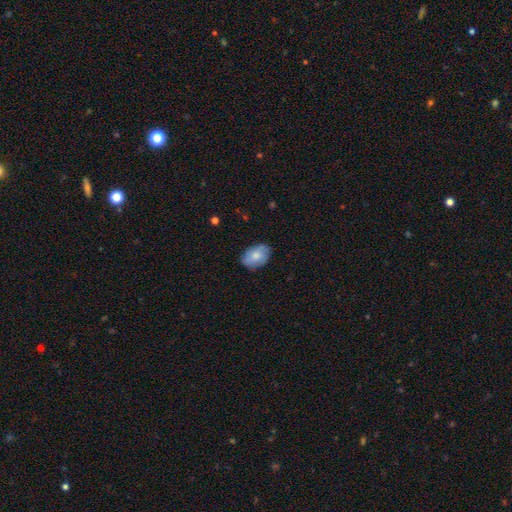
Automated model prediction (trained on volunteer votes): This appears to be a smooth galaxy with no disk features (75%) that is in between round and cigar-shaped (86%). Merging: none (79%).